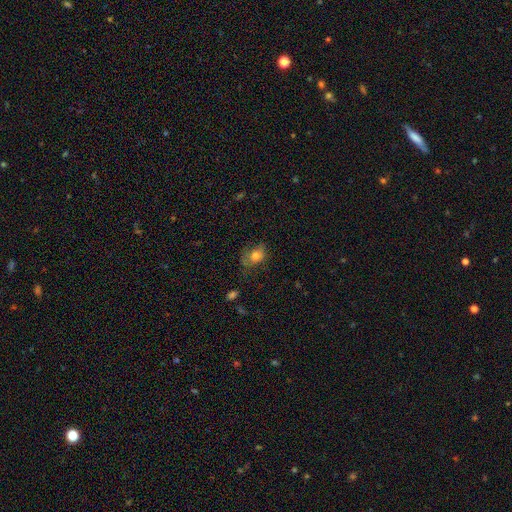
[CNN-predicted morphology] This appears to be a smooth galaxy with no disk features (74%) that is in between round and cigar-shaped (65%). Merging: none (51%).